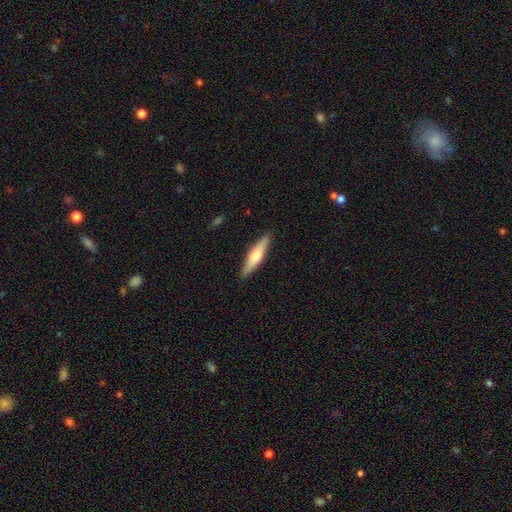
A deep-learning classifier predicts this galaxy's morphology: The model was most divided on "smooth or featured": smooth: 54%, featured or disk: 41%, star or artifact: 5%. More confident: merging — none (89%); how rounded — cigar-shaped (78%).